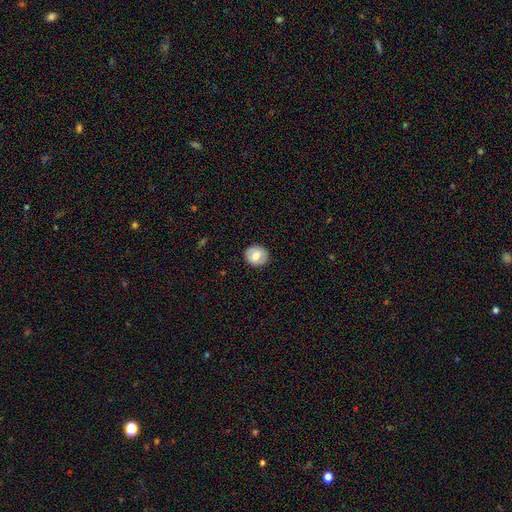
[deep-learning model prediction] Smooth or featured?
  - smooth: 72% *
  - featured or disk: 21%
  - star or artifact: 7%
How rounded?
  - round: 80% *
  - in between: 19%
  - cigar-shaped: 1%
Merging?
  - none: 89% *
  - minor disturbance: 8%
  - major disturbance: 2%
  - merger: 1%